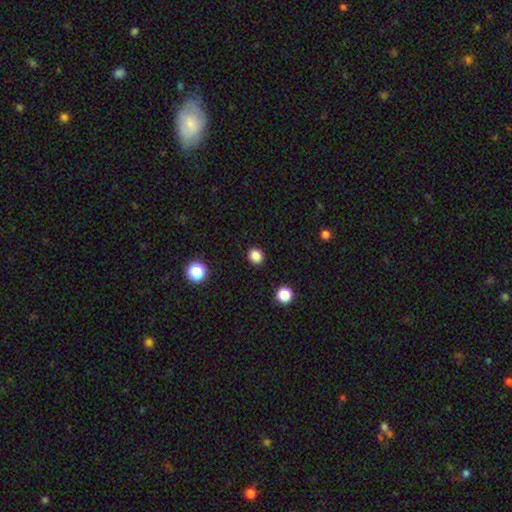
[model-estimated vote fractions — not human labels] The model was most divided on "how rounded": round: 83%, in between: 17%, cigar-shaped: 1%. More confident: merging — none (92%); smooth or featured — smooth (85%).